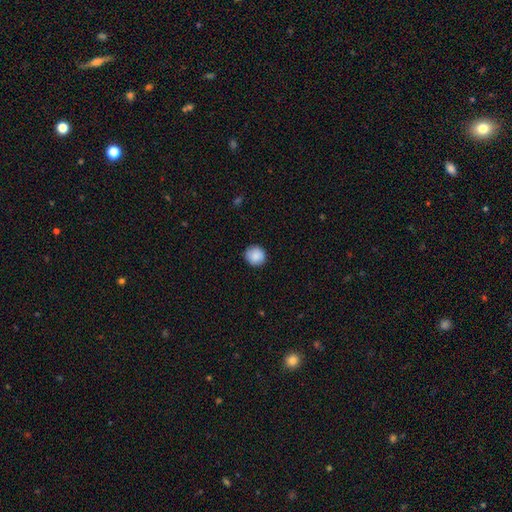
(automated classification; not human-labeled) A smooth galaxy with no disk features (89%) that is round (90%).

Vote fractions:
- Smooth or featured? smooth: 89% / star or artifact: 8% / featured or disk: 4%
- How rounded? round: 90% / in between: 9% / cigar-shaped: 1%
- Merging? none: 89% / minor disturbance: 8% / major disturbance: 2% / merger: 1%